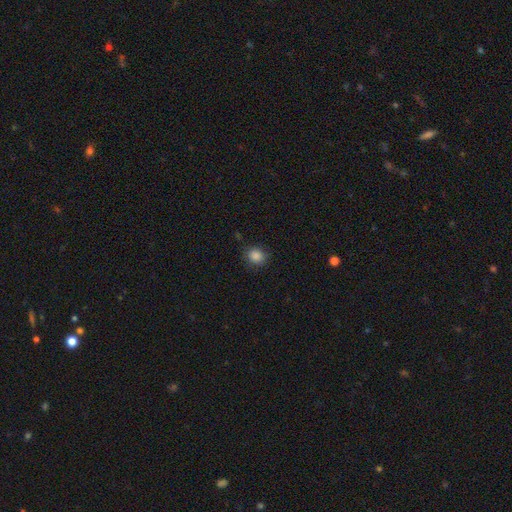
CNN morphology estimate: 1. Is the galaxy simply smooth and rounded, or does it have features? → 86% smooth, 11% star or artifact, 4% featured or disk.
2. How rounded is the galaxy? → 70% round, 29% in between, 1% cigar-shaped.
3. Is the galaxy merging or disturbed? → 85% none, 11% minor disturbance, 3% major disturbance, 1% merger.